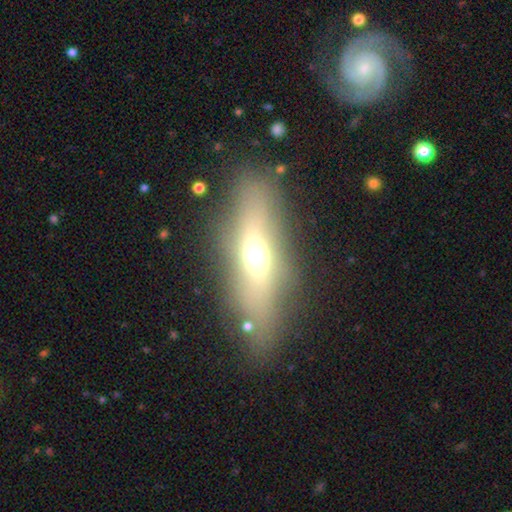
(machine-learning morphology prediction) smooth 46%, featured or disk 44%, star or artifact 11%. Down the decision tree: merging — none (78%).